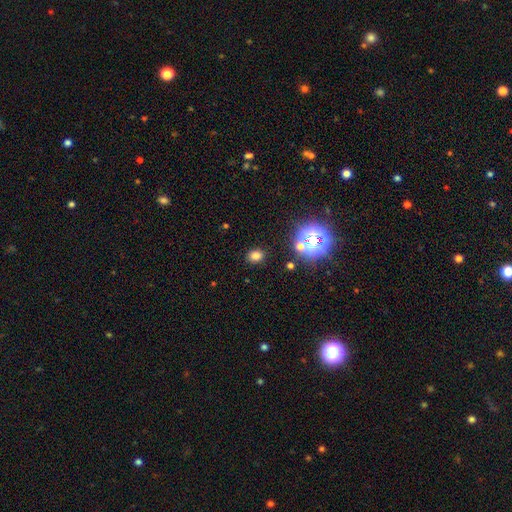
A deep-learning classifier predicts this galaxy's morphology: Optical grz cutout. It shows a smooth galaxy with no disk features (74%) that is in between round and cigar-shaped (55%). Merging: none (86%).